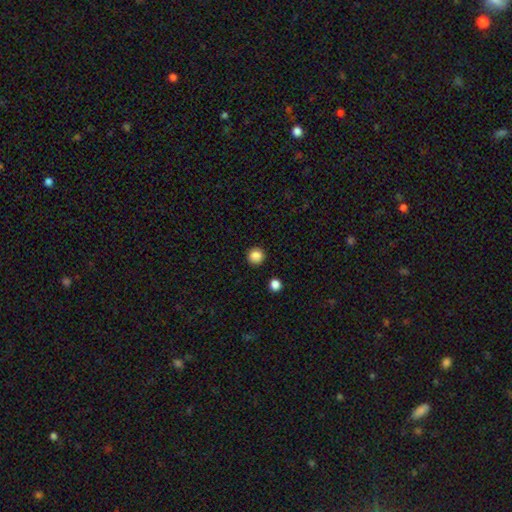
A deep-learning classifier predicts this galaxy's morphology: This appears to be a smooth galaxy with no disk features (87%) that is round (94%). Merging: none (92%).